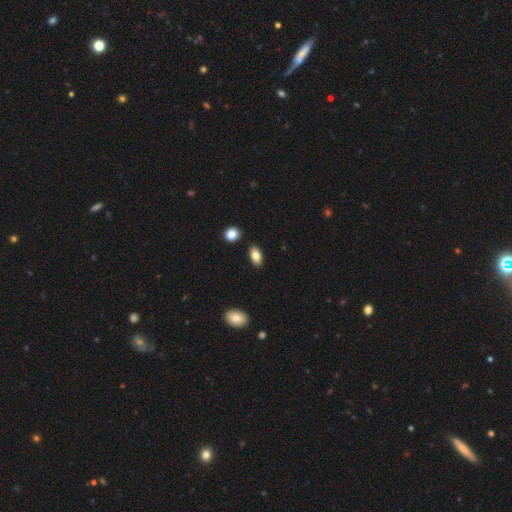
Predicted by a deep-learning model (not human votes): Q: Smooth or featured?
A: smooth (82%); runner-up: featured or disk (11%)
Q: How rounded?
A: in between (92%); runner-up: round (4%)
Q: Merging?
A: none (87%); runner-up: minor disturbance (8%)